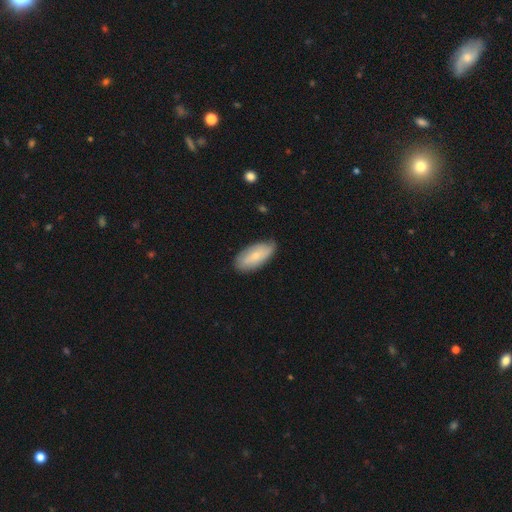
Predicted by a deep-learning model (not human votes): Smooth or featured? Predicted: smooth (p=0.62). How rounded? Predicted: in between (p=0.89). Merging? Predicted: none (p=0.78).